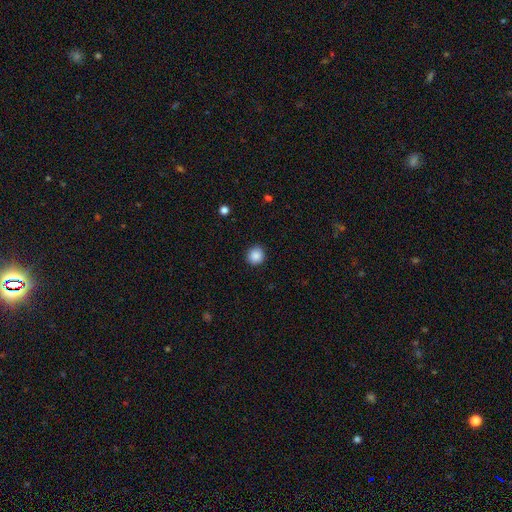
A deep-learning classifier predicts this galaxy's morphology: Smooth or featured? Predicted: smooth (p=0.88). How rounded? Predicted: round (p=0.92). Merging? Predicted: none (p=0.91).